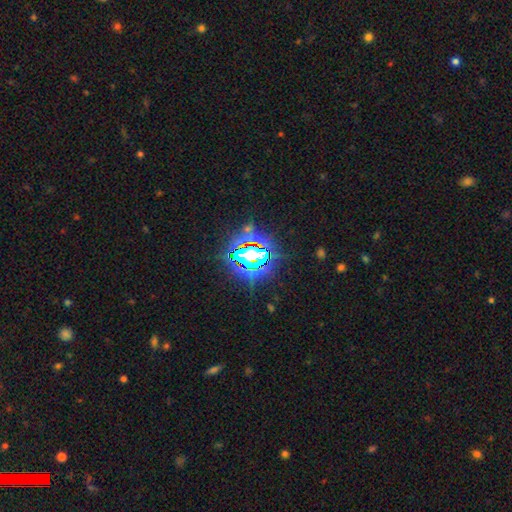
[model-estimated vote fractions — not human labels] Morphology: type=star or artifact (76%).